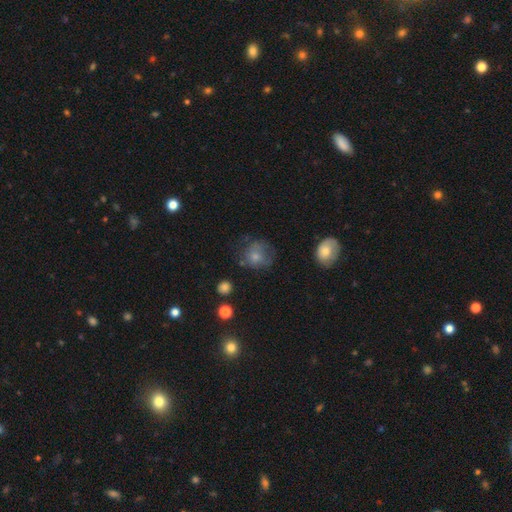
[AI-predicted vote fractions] smooth_or_featured: smooth (p=0.70) [alt: featured or disk p=0.19]
how_rounded: round (p=0.77) [alt: in between p=0.22]
merging: none (p=0.49) [alt: minor disturbance p=0.27]